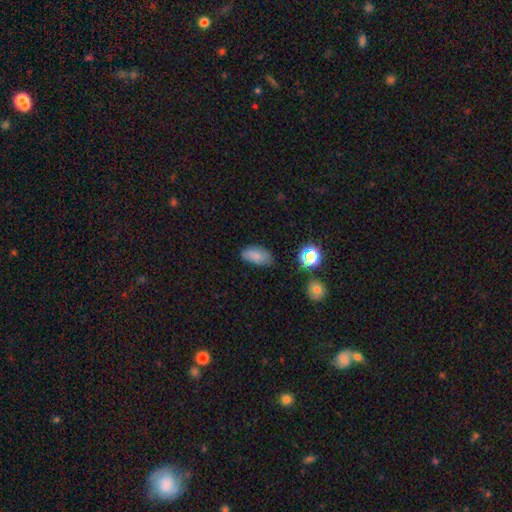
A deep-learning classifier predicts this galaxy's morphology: Smooth or featured?
  - smooth: 80% *
  - star or artifact: 11%
  - featured or disk: 9%
How rounded?
  - in between: 91% *
  - round: 5%
  - cigar-shaped: 4%
Merging?
  - none: 75% *
  - minor disturbance: 19%
  - major disturbance: 4%
  - merger: 3%